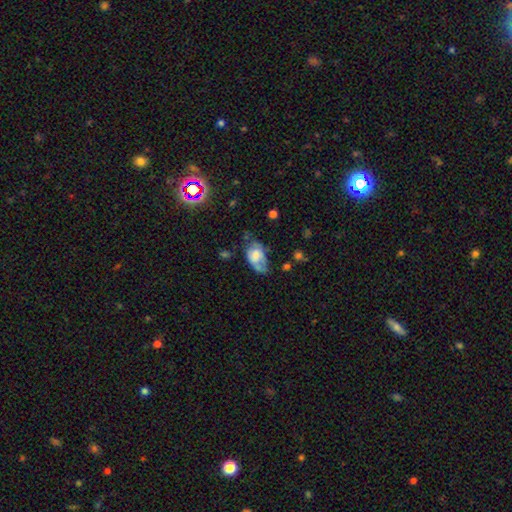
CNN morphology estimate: Q: Smooth or featured?
A: smooth (57%); runner-up: featured or disk (34%)
Q: How rounded?
A: in between (89%); runner-up: round (9%)
Q: Merging?
A: minor disturbance (35%); runner-up: none (32%)